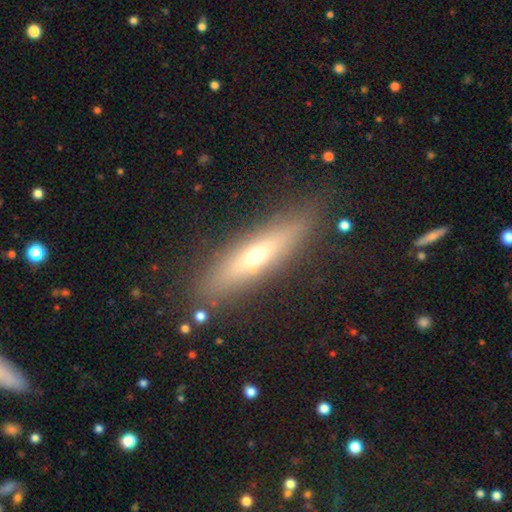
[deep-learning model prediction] Smooth or featured?
  - featured or disk: 51% *
  - smooth: 40%
  - star or artifact: 9%
Edge-on disk?
  - yes: 82% *
  - no: 18%
Merging?
  - none: 85% *
  - minor disturbance: 10%
  - major disturbance: 3%
  - merger: 2%